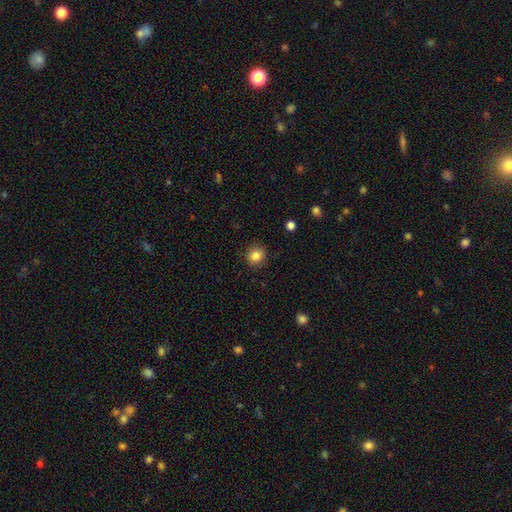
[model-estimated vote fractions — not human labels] Smooth or featured? Predicted: smooth (p=0.85). How rounded? Predicted: round (p=0.88). Merging? Predicted: none (p=0.89).